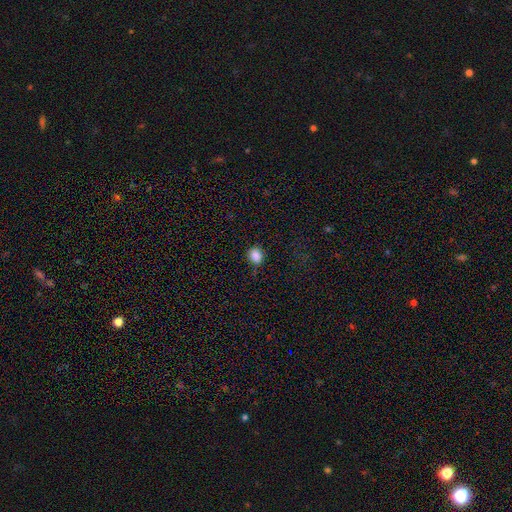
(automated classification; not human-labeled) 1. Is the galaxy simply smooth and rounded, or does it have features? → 86% smooth, 10% star or artifact, 4% featured or disk.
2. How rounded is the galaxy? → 56% round, 43% in between, 1% cigar-shaped.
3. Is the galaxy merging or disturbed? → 78% none, 16% minor disturbance, 4% major disturbance, 2% merger.